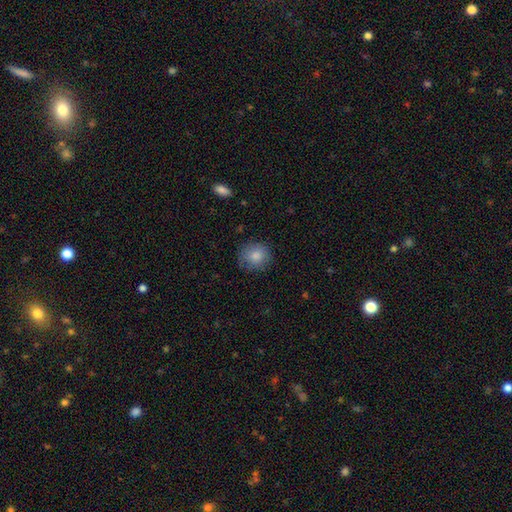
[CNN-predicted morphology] Smooth or featured: smooth — 84% (star or artifact — 8%)
How rounded: round — 84% (in between — 15%)
Merging: none — 81% (minor disturbance — 15%)